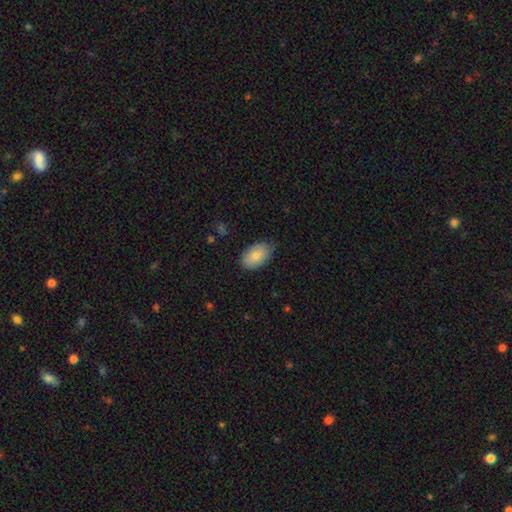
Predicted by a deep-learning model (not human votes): This is clearly a smooth galaxy (81%). How rounded: clearly in between (92%). Merging: likely none (74%).